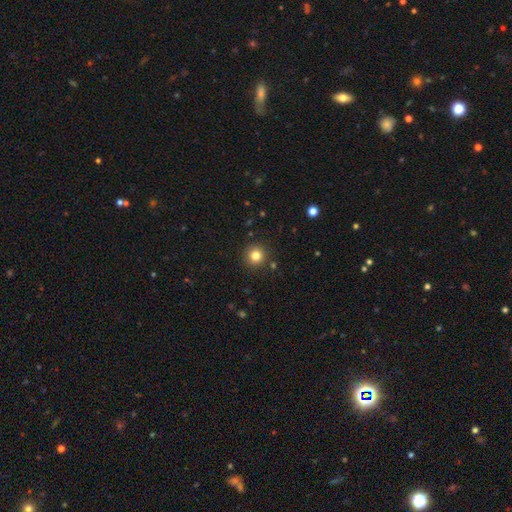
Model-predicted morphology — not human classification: Smooth or featured? Predicted: smooth (p=0.81). How rounded? Predicted: round (p=0.95). Merging? Predicted: none (p=0.90).